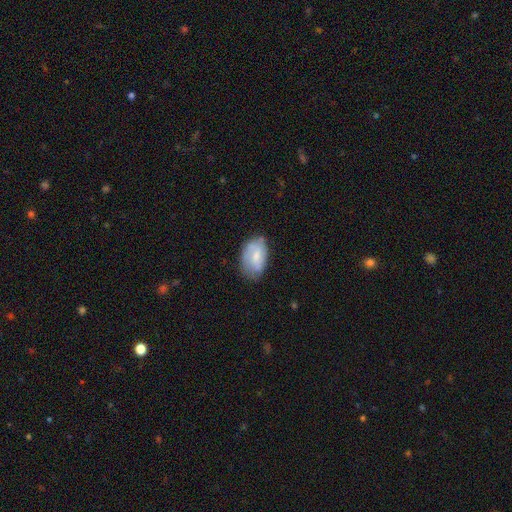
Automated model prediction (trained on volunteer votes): This appears to be a smooth galaxy with no disk features (53%) that is in between round and cigar-shaped (89%). Merging: none (61%).